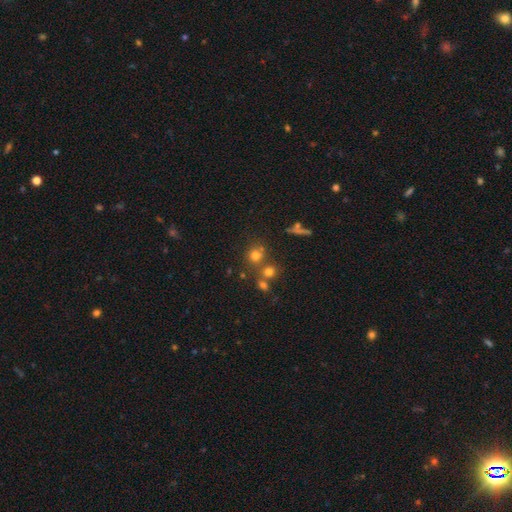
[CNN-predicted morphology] smooth 65%, star or artifact 23%, featured or disk 13%. Down the decision tree: how rounded — round (85%); merging — none (59%).